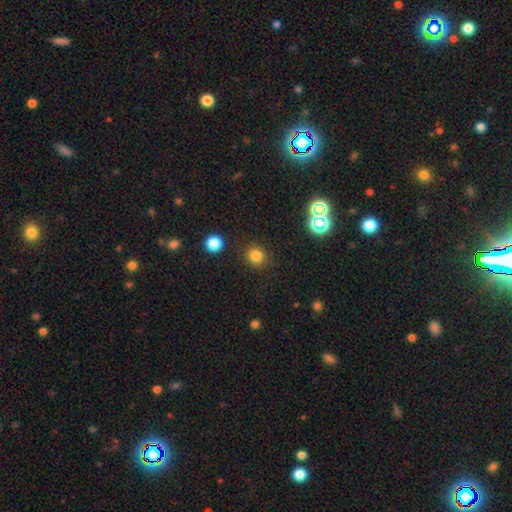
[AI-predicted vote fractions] Smooth or featured?
  - smooth: 79% *
  - star or artifact: 16%
  - featured or disk: 5%
How rounded?
  - round: 91% *
  - in between: 8%
  - cigar-shaped: 1%
Merging?
  - none: 88% *
  - minor disturbance: 7%
  - major disturbance: 3%
  - merger: 2%